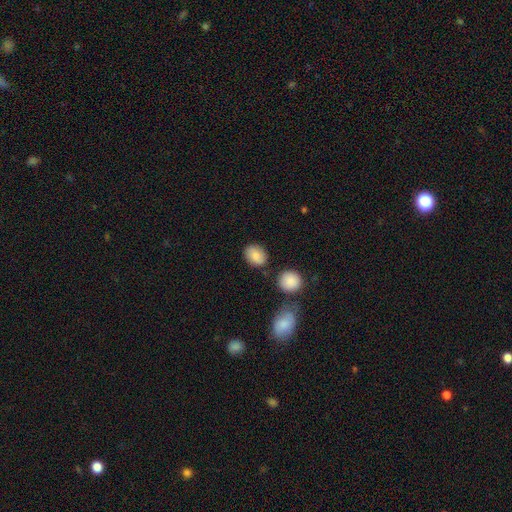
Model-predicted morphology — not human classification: Smooth or featured? Predicted: smooth (p=0.83). How rounded? Predicted: in between (p=0.64). Merging? Predicted: none (p=0.79).